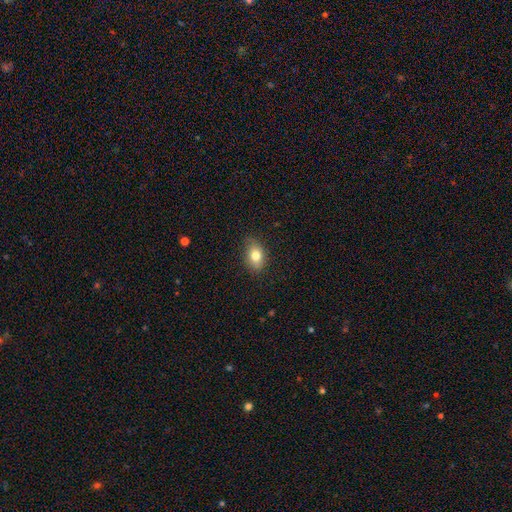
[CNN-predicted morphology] smooth_or_featured: smooth (p=0.78) [alt: featured or disk p=0.13]
how_rounded: in between (p=0.82) [alt: round p=0.16]
merging: none (p=0.79) [alt: minor disturbance p=0.17]